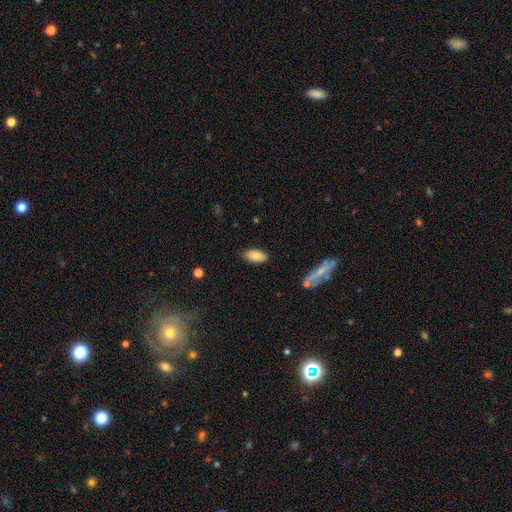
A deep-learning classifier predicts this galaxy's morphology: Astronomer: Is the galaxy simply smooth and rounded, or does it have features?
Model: smooth — 85%.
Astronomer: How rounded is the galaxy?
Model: in between — 90%.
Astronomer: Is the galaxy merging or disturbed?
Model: none — 87%.